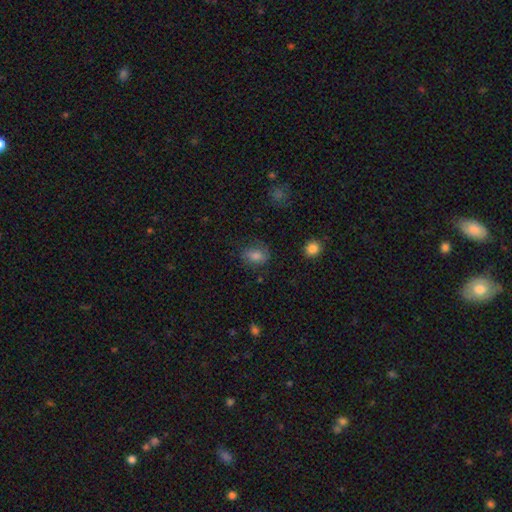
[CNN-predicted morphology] smooth_or_featured: smooth (p=0.79) [alt: star or artifact p=0.11]
how_rounded: in between (p=0.59) [alt: round p=0.40]
merging: none (p=0.73) [alt: minor disturbance p=0.19]